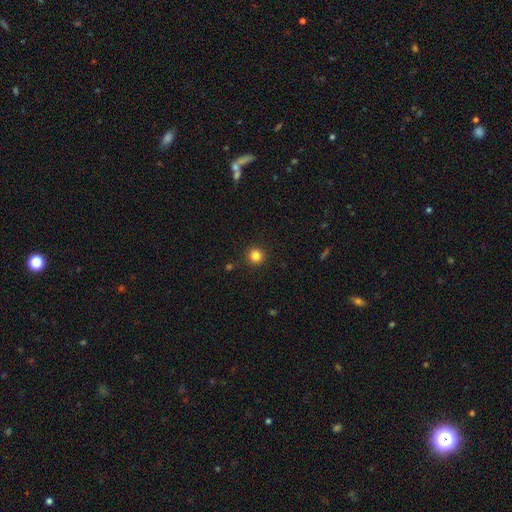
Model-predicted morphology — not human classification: type=smooth (83%); roundness=round (95%); merging=none (92%).